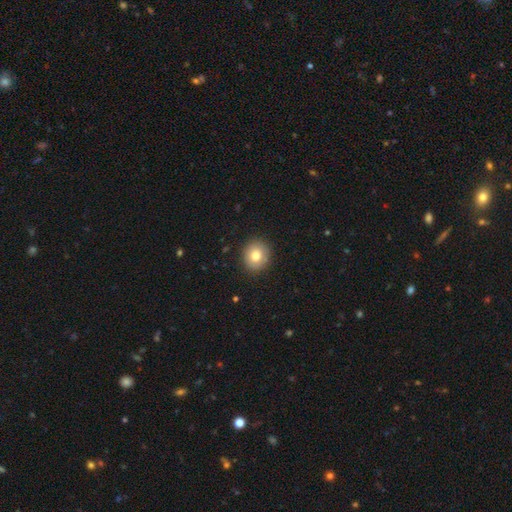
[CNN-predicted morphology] This is likely a smooth galaxy (79%). How rounded: clearly round (83%). Merging: clearly none (89%).